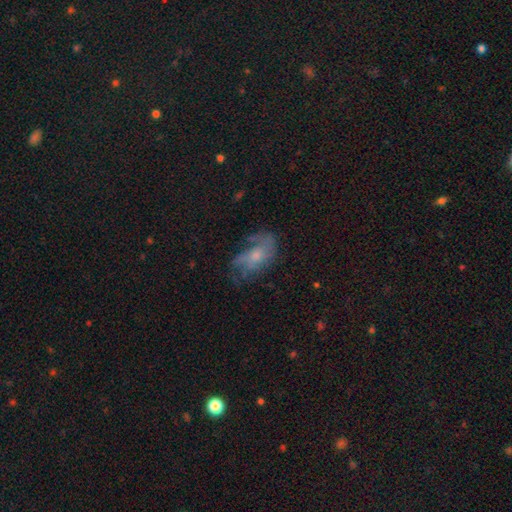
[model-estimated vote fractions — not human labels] smooth_or_featured: featured or disk (p=0.59) [alt: smooth p=0.32]
disk_edge_on: no (p=0.94) [alt: yes p=0.06]
bar: no (p=0.75) [alt: weak p=0.22]
has_spiral_arms: yes (p=0.72) [alt: no p=0.28]
bulge_size: small (p=0.44) [alt: moderate p=0.39]
merging: none (p=0.47) [alt: major disturbance p=0.26]